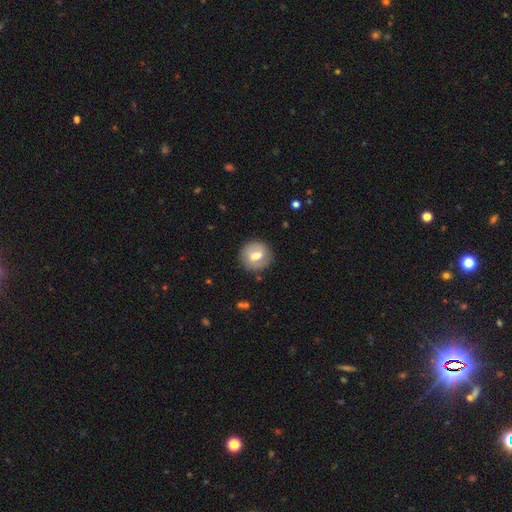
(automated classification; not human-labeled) Overall: smooth (60%; featured or disk 32%). How rounded: round (85%). Merging: none (84%).